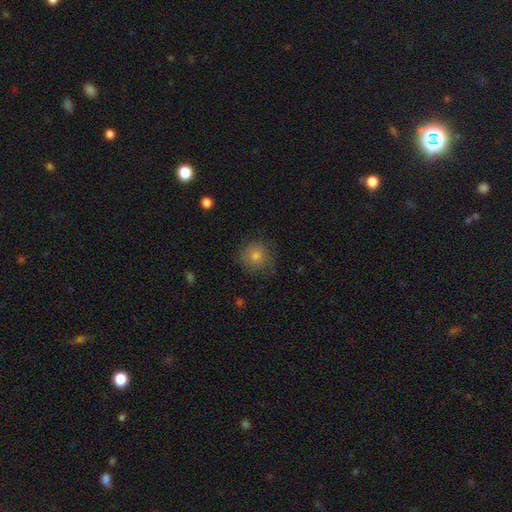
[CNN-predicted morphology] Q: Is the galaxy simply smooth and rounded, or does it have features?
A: smooth — 72%.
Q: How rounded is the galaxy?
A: round — 91%.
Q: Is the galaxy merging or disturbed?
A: none — 77%.